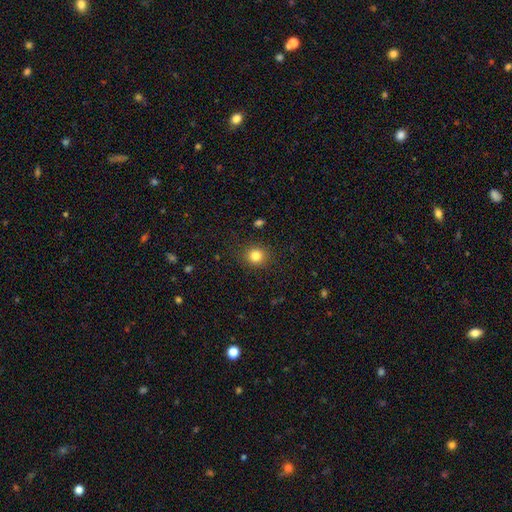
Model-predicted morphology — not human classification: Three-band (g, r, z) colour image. It shows a smooth galaxy with no disk features (83%) that is round (88%). Merging: none (89%).